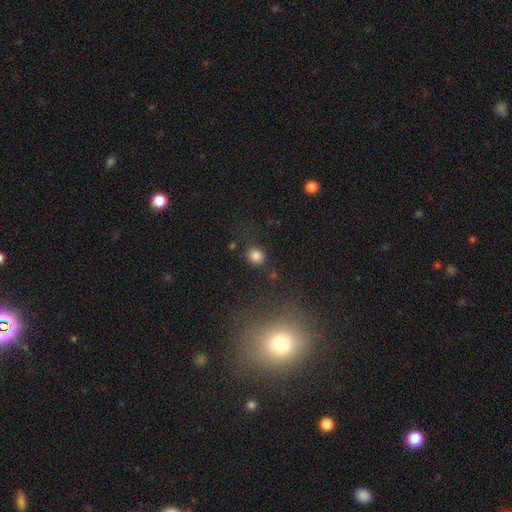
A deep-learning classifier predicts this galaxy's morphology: smooth 82%, star or artifact 13%, featured or disk 5%. Down the decision tree: how rounded — round (87%); merging — none (81%).